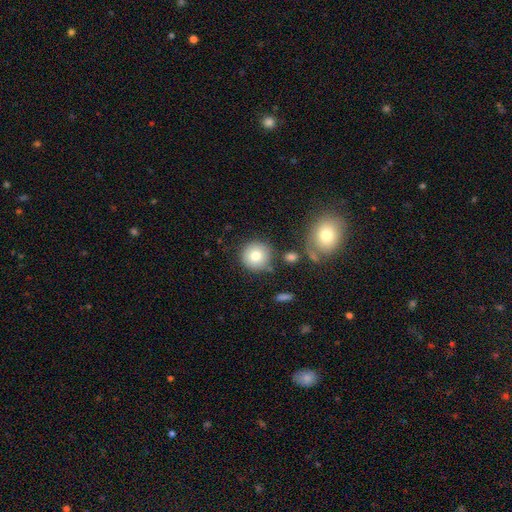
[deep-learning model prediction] A smooth galaxy with no disk features (78%) that is round (94%). Merging: none (80%).